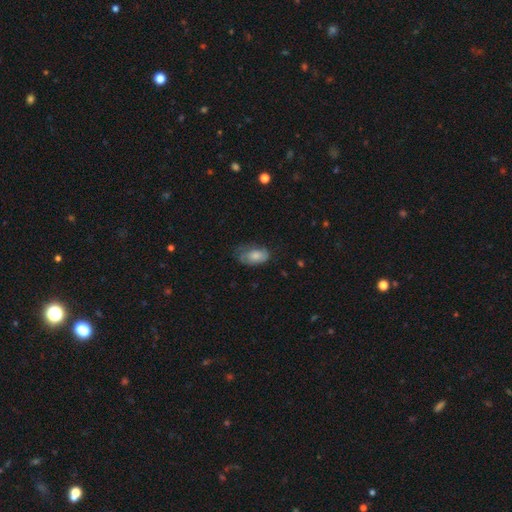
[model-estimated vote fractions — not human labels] A smooth galaxy with no disk features (66%) that is in between round and cigar-shaped (91%).

Vote fractions:
- Smooth or featured? smooth: 66% / featured or disk: 27% / star or artifact: 7%
- How rounded? in between: 91% / round: 6% / cigar-shaped: 3%
- Merging? none: 51% / minor disturbance: 33% / major disturbance: 15% / merger: 1%